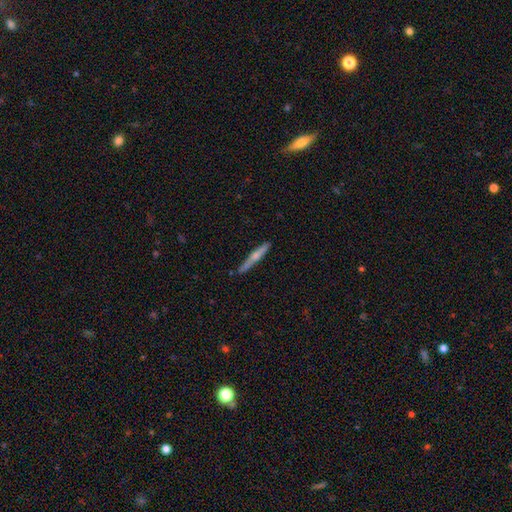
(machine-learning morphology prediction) Q: Smooth or featured?
A: featured or disk (52%); runner-up: smooth (42%)
Q: Edge-on disk?
A: yes (96%); runner-up: no (4%)
Q: Edge-on bulge?
A: rounded (78%); runner-up: none (17%)
Q: Merging?
A: none (86%); runner-up: minor disturbance (10%)